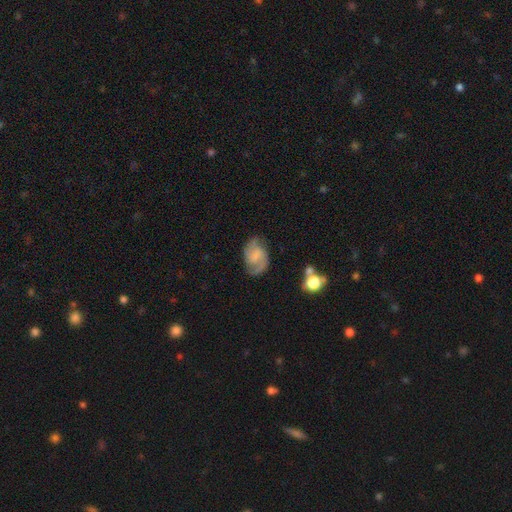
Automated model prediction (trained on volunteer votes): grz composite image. It shows a featured or disk galaxy (78%) with a weak bar (47%), 2 (90%) medium (53%) spiral arms (95%) and no central bulge (49%). Merging: none (74%).